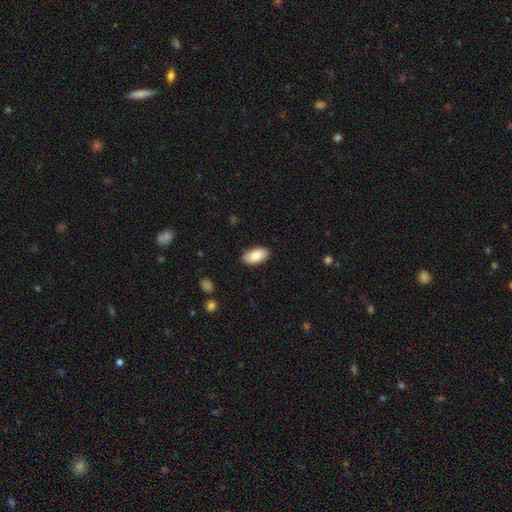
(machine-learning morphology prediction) This is clearly a smooth galaxy (83%). How rounded: clearly in between (95%). Merging: clearly none (87%).